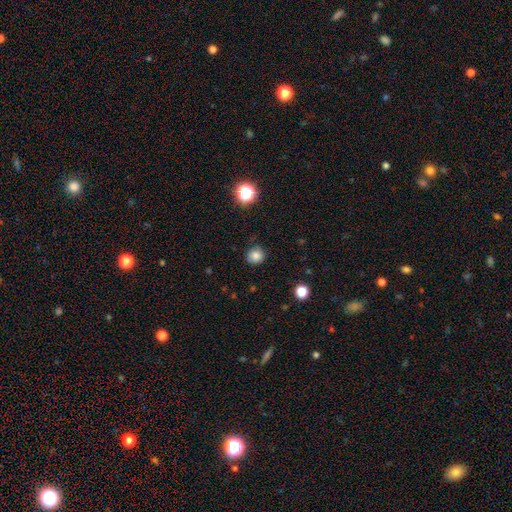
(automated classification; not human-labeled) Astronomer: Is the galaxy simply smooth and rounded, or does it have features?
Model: smooth — 82%.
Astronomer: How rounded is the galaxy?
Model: round — 90%.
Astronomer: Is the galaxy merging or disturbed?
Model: none — 85%.